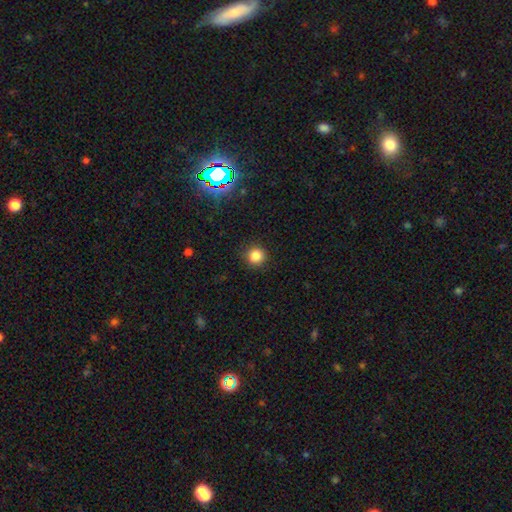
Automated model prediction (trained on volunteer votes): Q: Smooth or featured?
A: smooth (84%); runner-up: star or artifact (12%)
Q: How rounded?
A: round (94%); runner-up: in between (6%)
Q: Merging?
A: none (91%); runner-up: minor disturbance (6%)